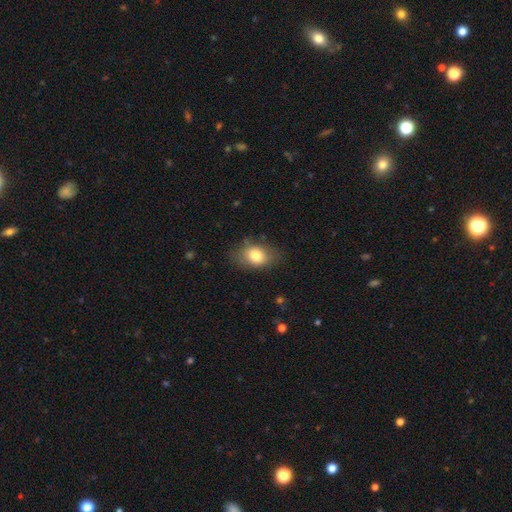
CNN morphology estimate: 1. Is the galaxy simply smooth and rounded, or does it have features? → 81% smooth, 11% featured or disk, 8% star or artifact.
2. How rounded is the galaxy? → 78% in between, 21% round, 1% cigar-shaped.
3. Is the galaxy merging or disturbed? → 73% none, 20% minor disturbance, 6% major disturbance, 1% merger.